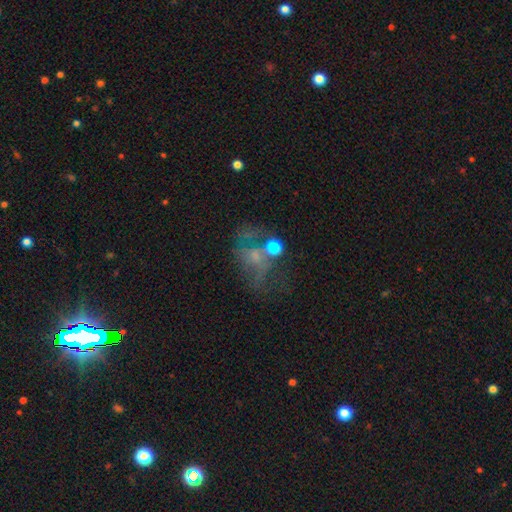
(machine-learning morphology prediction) A featured or disk galaxy (52%) with no bar (84%), no spiral arms (78%) and no central bulge (42%).

Vote fractions:
- Smooth or featured? featured or disk: 52% / smooth: 28% / star or artifact: 20%
- Edge-on disk? no: 97% / yes: 3%
- Bar? no: 84% / weak: 13% / strong: 3%
- Spiral arms? no: 78% / yes: 22%
- Bulge size? none: 42% / small: 31% / moderate: 22% / large: 4% / dominant: 2%
- Merging? major disturbance: 33% / merger: 30% / none: 25% / minor disturbance: 13%